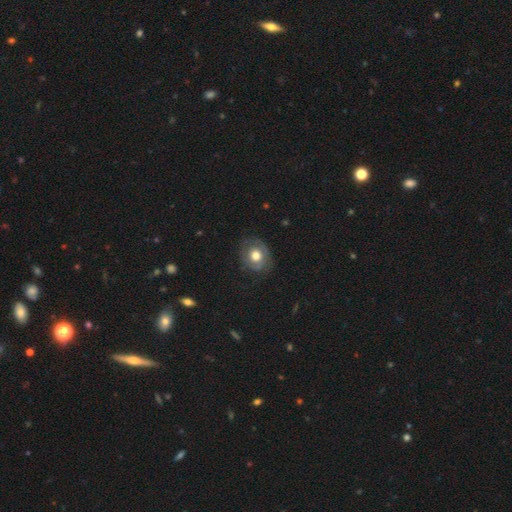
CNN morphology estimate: type=smooth (58%); roundness=round (60%); merging=none (71%).